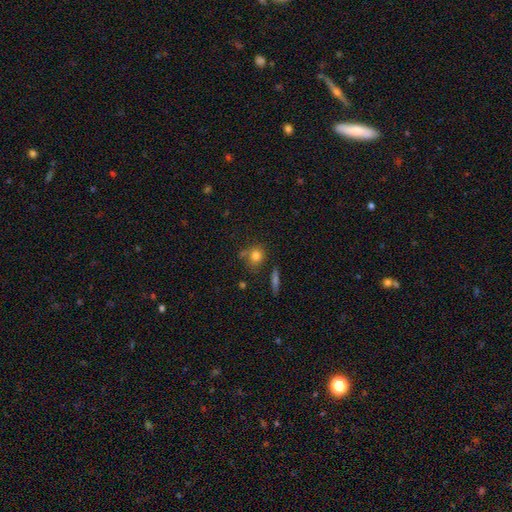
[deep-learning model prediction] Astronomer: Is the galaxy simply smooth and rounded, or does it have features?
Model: smooth — 79%.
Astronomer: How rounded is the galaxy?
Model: round — 77%.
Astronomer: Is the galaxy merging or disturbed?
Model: none — 65%.